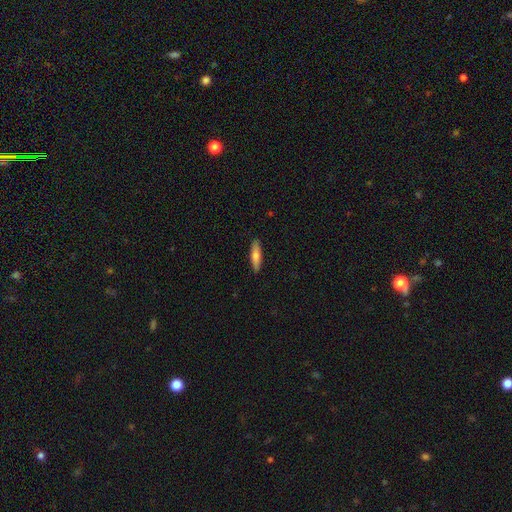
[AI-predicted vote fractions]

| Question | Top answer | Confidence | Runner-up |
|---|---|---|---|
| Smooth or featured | smooth | 69% | featured or disk (25%) |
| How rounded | cigar-shaped | 75% | in between (23%) |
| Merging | none | 90% | minor disturbance (7%) |